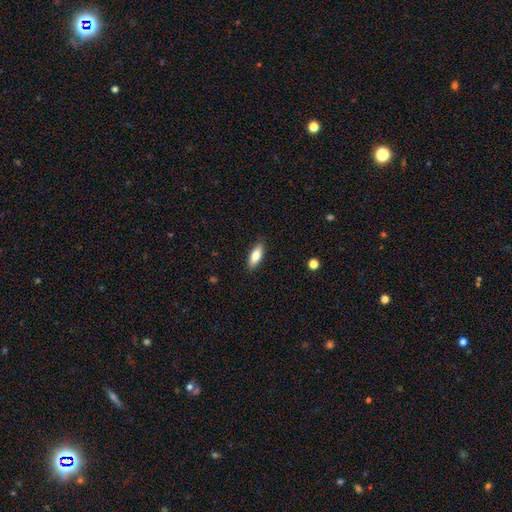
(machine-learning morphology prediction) Smooth or featured?
  - smooth: 76% *
  - featured or disk: 18%
  - star or artifact: 6%
How rounded?
  - in between: 70% *
  - cigar-shaped: 28%
  - round: 2%
Merging?
  - none: 88% *
  - minor disturbance: 9%
  - major disturbance: 2%
  - merger: 1%